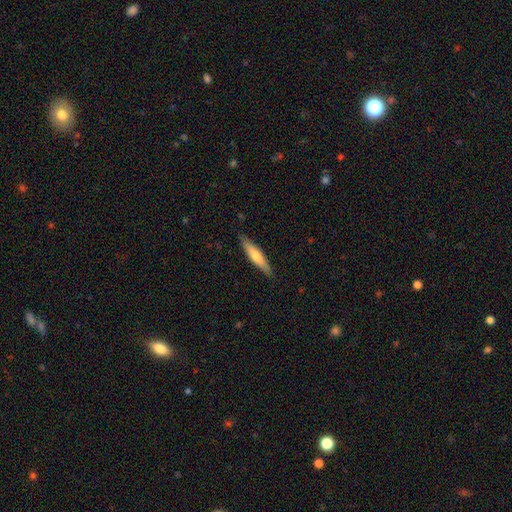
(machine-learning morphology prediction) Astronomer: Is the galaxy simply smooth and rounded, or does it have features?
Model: smooth — 60% (runner-up: featured or disk, 35%).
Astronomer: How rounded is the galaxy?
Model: cigar-shaped — 85%.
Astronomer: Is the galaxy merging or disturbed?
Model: none — 88%.